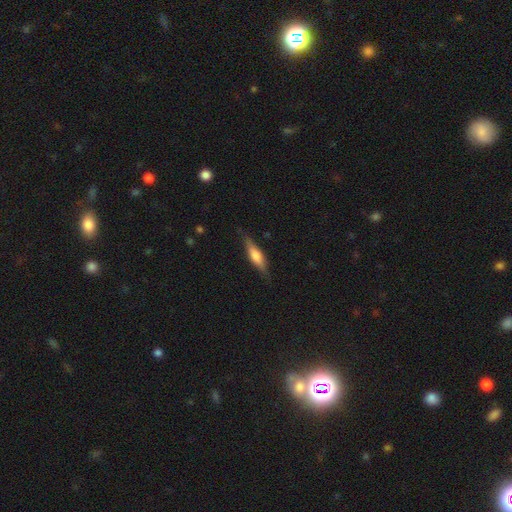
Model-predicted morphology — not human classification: Smooth or featured? smooth (51%)
How rounded? cigar-shaped (66%)
Merging? none (81%)